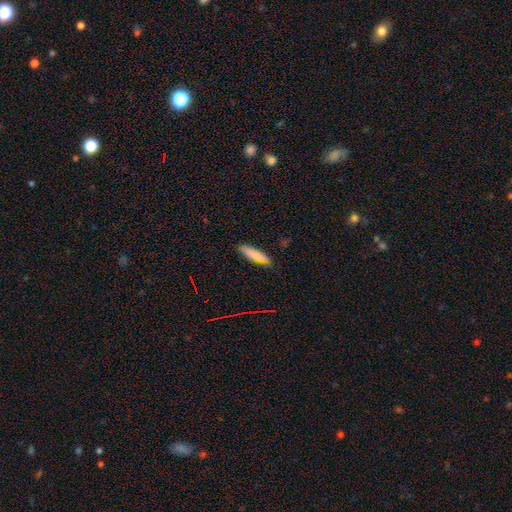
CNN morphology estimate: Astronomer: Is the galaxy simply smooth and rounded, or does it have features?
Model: smooth — 80%.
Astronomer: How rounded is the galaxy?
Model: cigar-shaped — 71%.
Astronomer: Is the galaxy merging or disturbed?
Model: none — 81%.